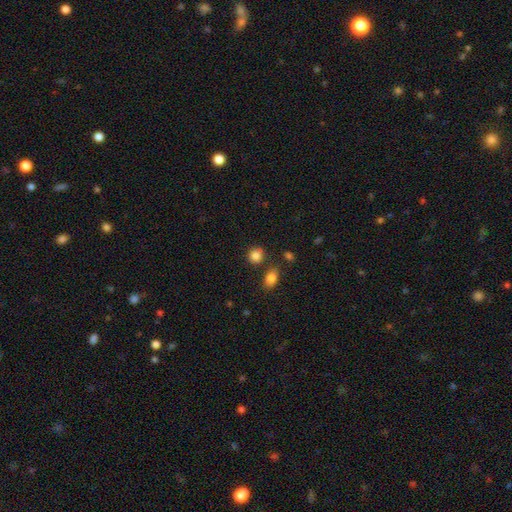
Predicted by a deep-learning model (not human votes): smooth-or-featured: smooth: 85% | star or artifact: 10% | featured or disk: 5%
  how-rounded: round: 78% | in between: 21% | cigar-shaped: 1%
  merging: none: 78% | minor disturbance: 11% | merger: 8% | major disturbance: 3%